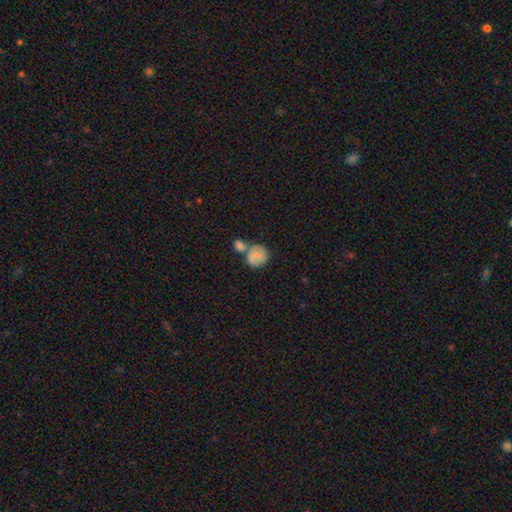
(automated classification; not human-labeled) Smooth or featured? Predicted: smooth (p=0.69). How rounded? Predicted: round (p=0.75). Merging? Predicted: merger (p=0.45).